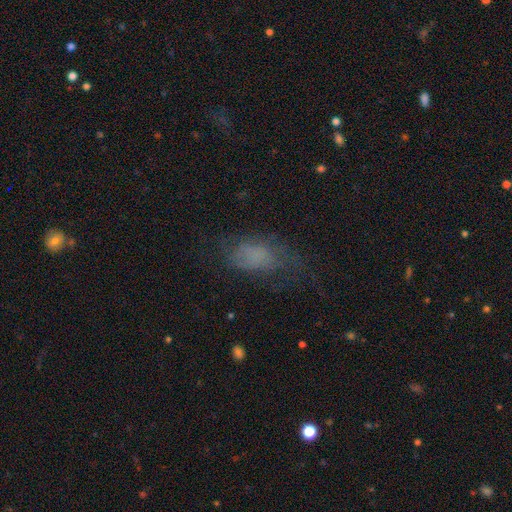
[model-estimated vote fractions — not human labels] Smooth or featured?
  - smooth: 60% *
  - featured or disk: 24%
  - star or artifact: 16%
How rounded?
  - in between: 87% *
  - round: 8%
  - cigar-shaped: 5%
Merging?
  - none: 45% *
  - major disturbance: 27%
  - minor disturbance: 26%
  - merger: 2%